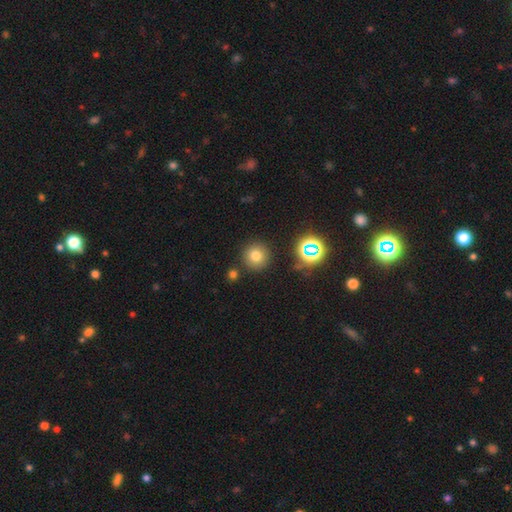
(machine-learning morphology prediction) Q: Smooth or featured?
A: smooth (73%); runner-up: star or artifact (19%)
Q: How rounded?
A: round (94%); runner-up: in between (5%)
Q: Merging?
A: none (86%); runner-up: minor disturbance (7%)